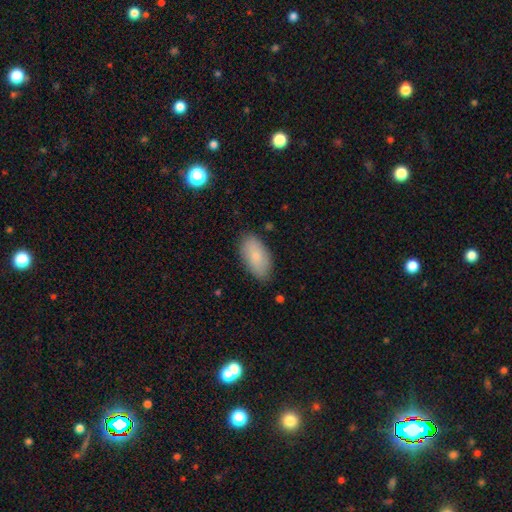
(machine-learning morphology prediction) This is likely a smooth galaxy (79%). How rounded: clearly in between (94%). Merging: clearly none (83%).